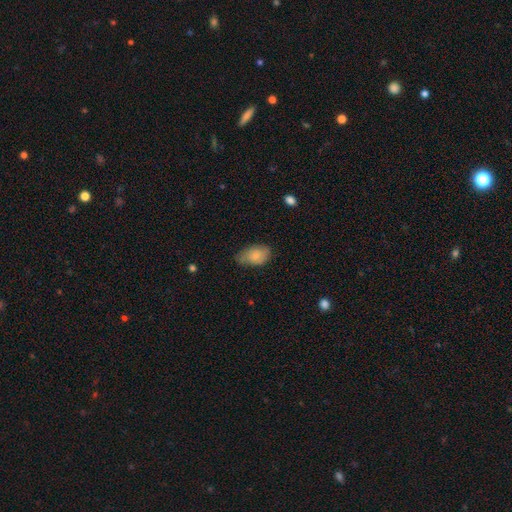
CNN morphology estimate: Smooth or featured: smooth — 80% (featured or disk — 13%)
How rounded: in between — 90% (round — 8%)
Merging: none — 57% (minor disturbance — 34%)